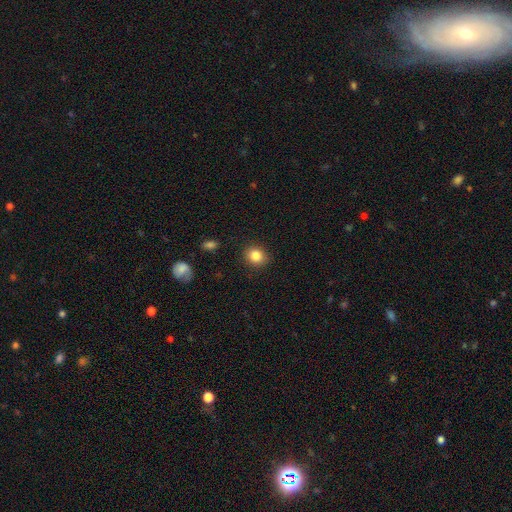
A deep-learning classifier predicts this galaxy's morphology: This is clearly a smooth galaxy (84%). How rounded: likely round (72%). Merging: clearly none (89%).